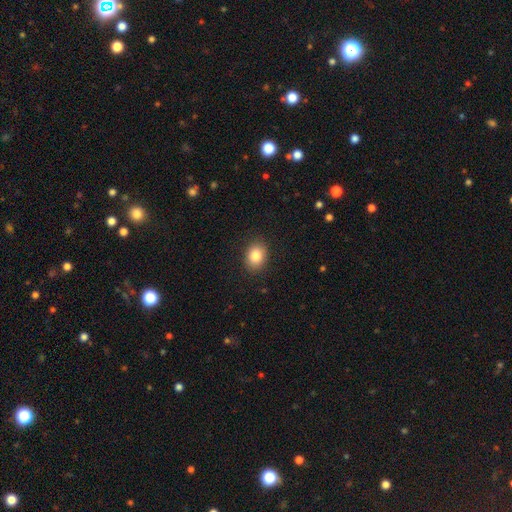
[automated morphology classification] Smooth or featured: smooth — 84% (star or artifact — 9%)
How rounded: in between — 57% (round — 42%)
Merging: none — 88% (minor disturbance — 8%)